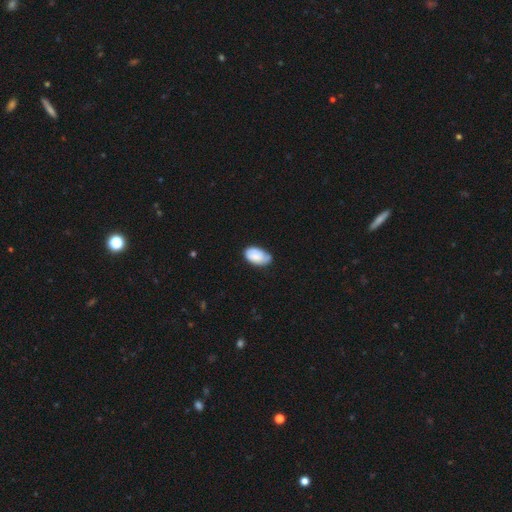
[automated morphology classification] This is likely a smooth galaxy (73%). How rounded: clearly in between (93%). Merging: possibly none (54%).